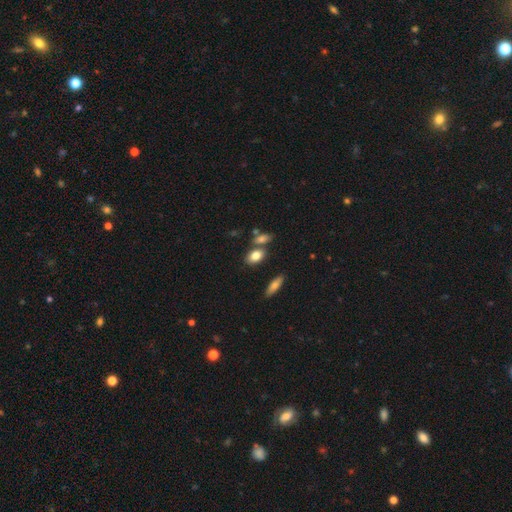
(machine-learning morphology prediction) Smooth or featured? smooth (81%)
How rounded? in between (84%)
Merging? none (65%)